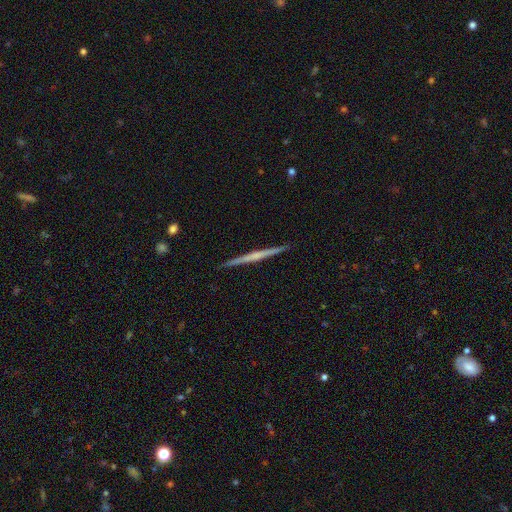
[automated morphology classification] This is likely a featured or disk galaxy (70%). It is clearly viewed edge-on (98%). Edge-on bulge: possibly none (58%). Merging: clearly none (92%).